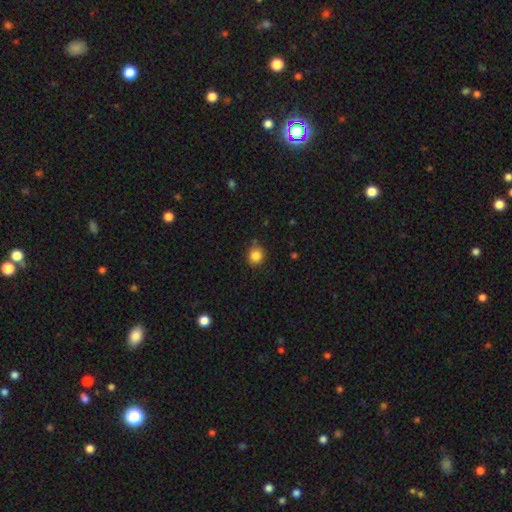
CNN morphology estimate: This appears to be a smooth galaxy with no disk features (85%) that is round (87%). Merging: none (81%).